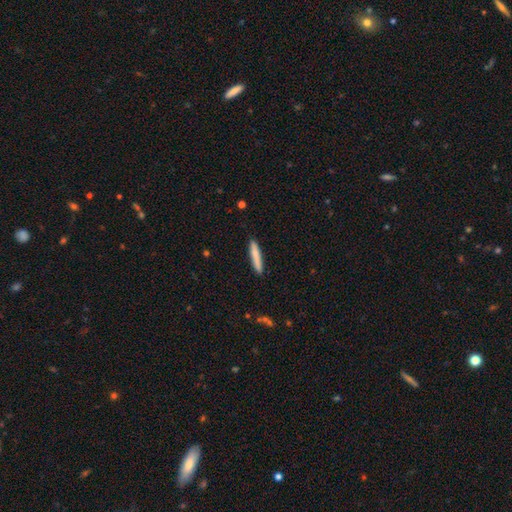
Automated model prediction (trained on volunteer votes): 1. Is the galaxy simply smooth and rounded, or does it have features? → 78% smooth, 17% featured or disk, 6% star or artifact.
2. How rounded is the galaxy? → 93% cigar-shaped, 6% in between, 1% round.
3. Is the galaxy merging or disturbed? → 90% none, 8% minor disturbance, 1% major disturbance, 1% merger.